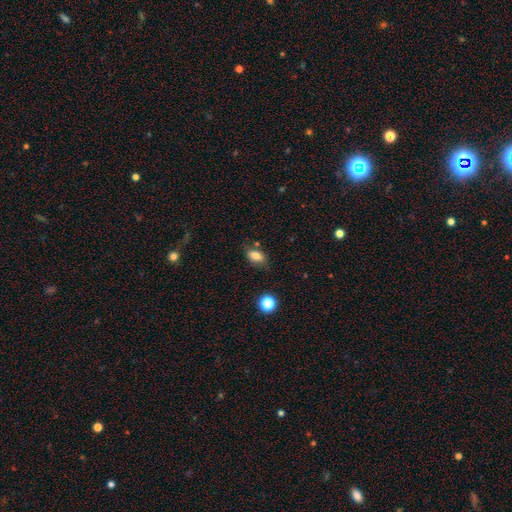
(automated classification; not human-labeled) A smooth galaxy with no disk features (79%) that is in between round and cigar-shaped (86%).

Vote fractions:
- Smooth or featured? smooth: 79% / featured or disk: 11% / star or artifact: 10%
- How rounded? in between: 86% / round: 11% / cigar-shaped: 4%
- Merging? none: 72% / minor disturbance: 18% / merger: 5% / major disturbance: 4%